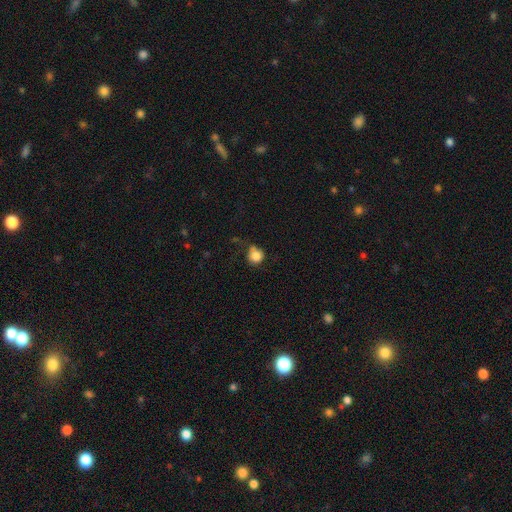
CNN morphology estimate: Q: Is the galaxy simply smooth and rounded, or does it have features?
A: smooth — 83%.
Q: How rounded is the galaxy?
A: round — 87%.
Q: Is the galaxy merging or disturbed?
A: none — 55%.